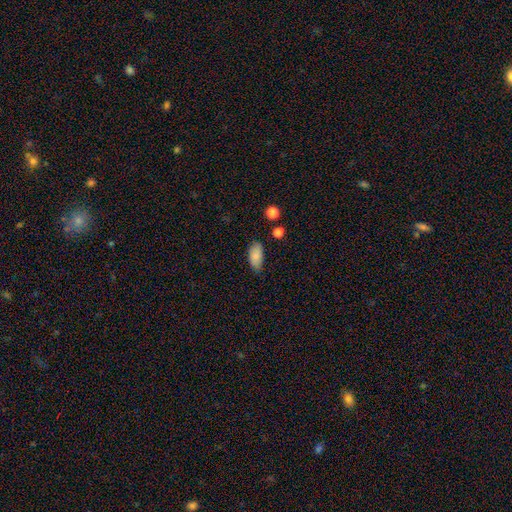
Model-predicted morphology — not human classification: A smooth galaxy with no disk features (85%) that is in between round and cigar-shaped (92%). Merging: none (69%).